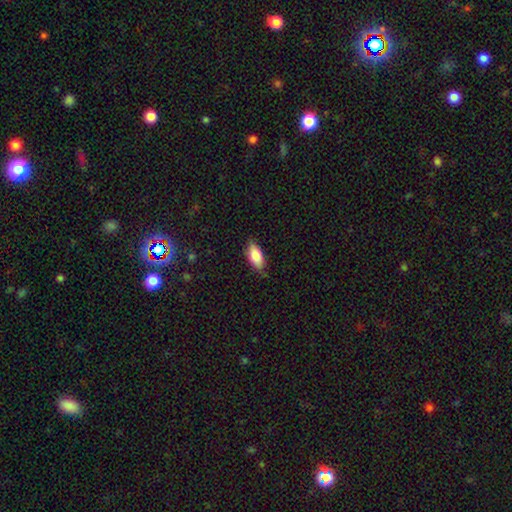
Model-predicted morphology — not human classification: A smooth galaxy with no disk features (80%) that is in between round and cigar-shaped (86%).

Vote fractions:
- Smooth or featured? smooth: 80% / featured or disk: 13% / star or artifact: 7%
- How rounded? in between: 86% / cigar-shaped: 11% / round: 3%
- Merging? none: 78% / minor disturbance: 18% / major disturbance: 3% / merger: 1%